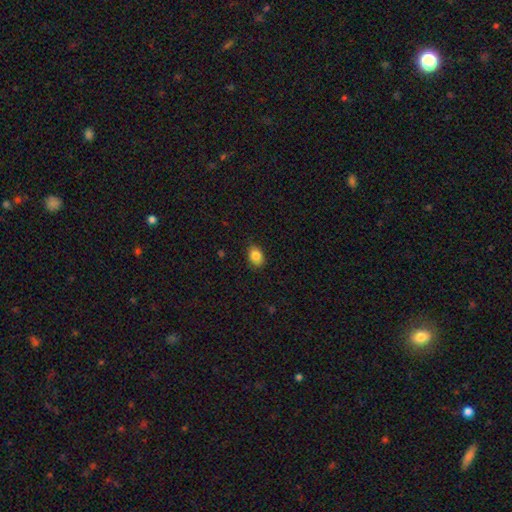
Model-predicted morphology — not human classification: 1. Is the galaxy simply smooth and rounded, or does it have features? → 86% smooth, 9% star or artifact, 6% featured or disk.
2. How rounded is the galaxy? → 73% in between, 26% round, 1% cigar-shaped.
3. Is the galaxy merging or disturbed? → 83% none, 13% minor disturbance, 2% major disturbance, 1% merger.